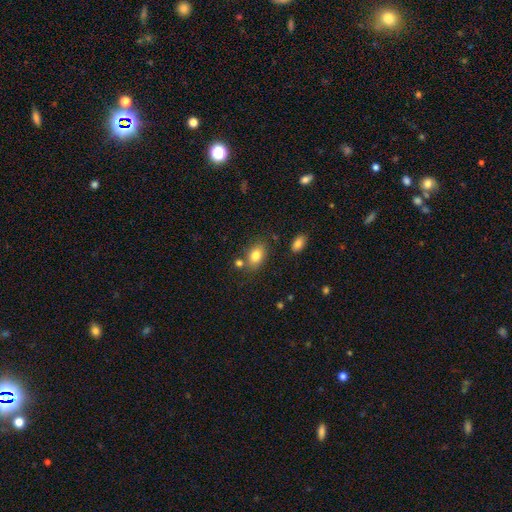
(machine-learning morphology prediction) smooth-or-featured: smooth: 82% | featured or disk: 10% | star or artifact: 9%
  how-rounded: in between: 84% | round: 15% | cigar-shaped: 2%
  merging: none: 70% | minor disturbance: 14% | merger: 12% | major disturbance: 4%